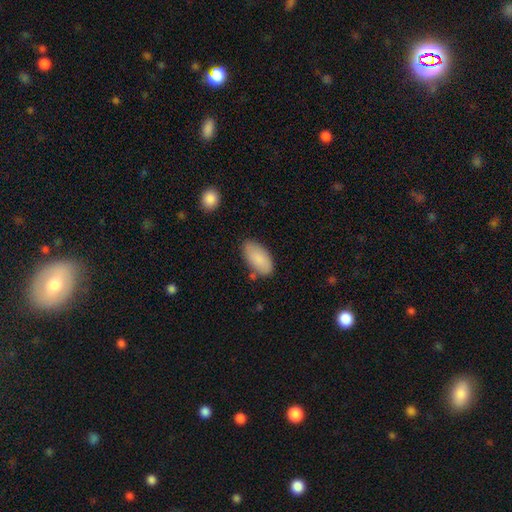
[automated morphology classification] A smooth galaxy with no disk features (86%) that is in between round and cigar-shaped (94%). Merging: none (74%).